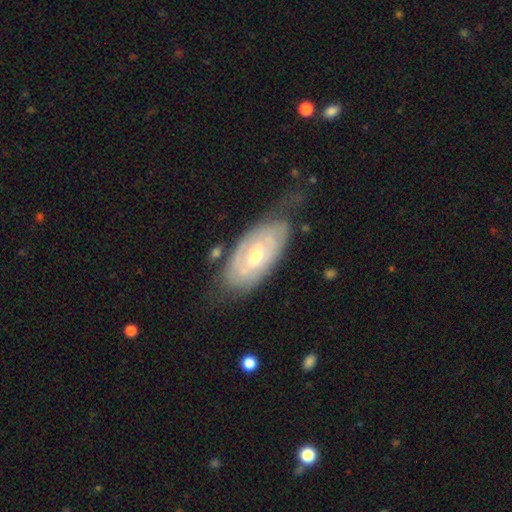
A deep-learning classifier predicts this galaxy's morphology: Overall: featured or disk (73%). Edge-on disk: no (92%). Bar: no (54%; weak 37%). Spiral arms: yes (83%). Spiral arm count: can't tell (46%; 2 38%). Spiral winding: tight (65%; medium 26%). Bulge size: moderate (51%; small 46%). Merging: none (55%; minor disturbance 28%).